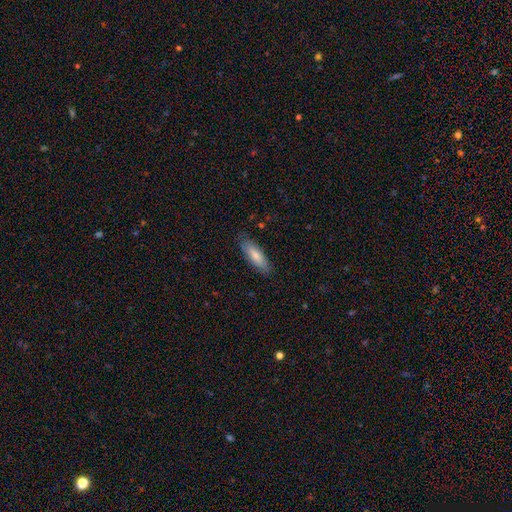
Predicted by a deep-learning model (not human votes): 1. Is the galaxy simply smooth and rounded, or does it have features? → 78% smooth, 16% featured or disk, 5% star or artifact.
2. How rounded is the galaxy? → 59% in between, 40% cigar-shaped, 2% round.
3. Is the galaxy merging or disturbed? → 82% none, 14% minor disturbance, 3% major disturbance, 1% merger.